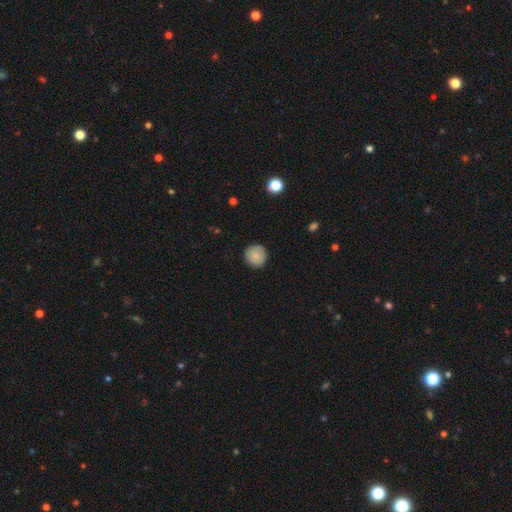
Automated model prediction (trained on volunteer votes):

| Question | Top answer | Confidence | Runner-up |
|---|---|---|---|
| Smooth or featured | smooth | 80% | featured or disk (12%) |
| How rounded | round | 91% | in between (8%) |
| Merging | none | 86% | minor disturbance (11%) |